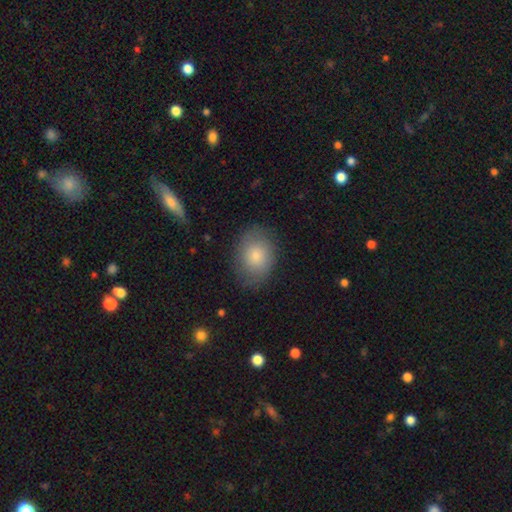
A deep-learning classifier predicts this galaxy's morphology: A smooth galaxy with no disk features (74%) that is in between round and cigar-shaped (66%). Merging: none (79%).